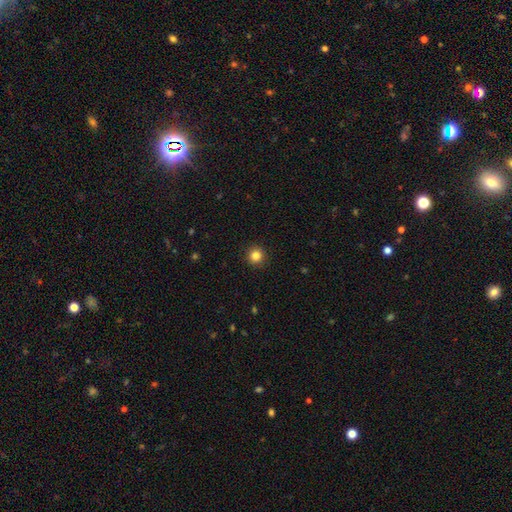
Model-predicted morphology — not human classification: smooth_or_featured: smooth (p=0.84) [alt: star or artifact p=0.12]
how_rounded: round (p=0.95) [alt: in between p=0.04]
merging: none (p=0.93) [alt: minor disturbance p=0.05]